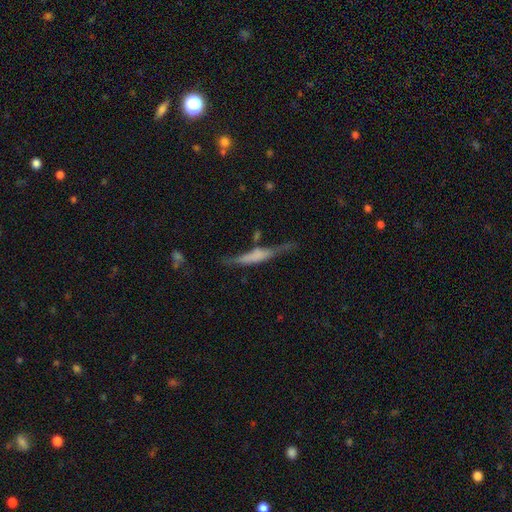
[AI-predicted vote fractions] featured or disk 56%, smooth 37%, star or artifact 7%. Down the decision tree: edge-on disk — yes (92%); edge-on bulge — boxy (40%); merging — none (62%).